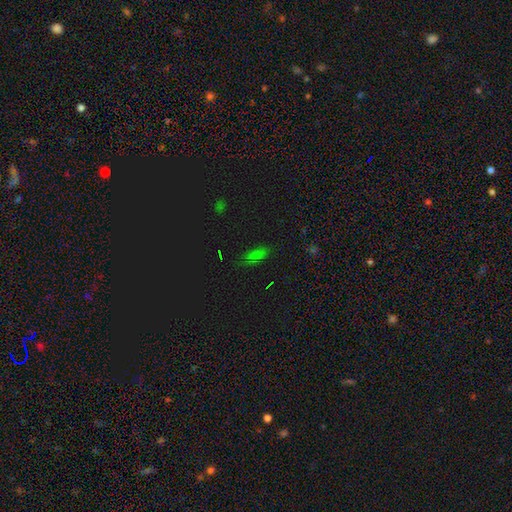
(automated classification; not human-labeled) Smooth or featured? smooth (59%)
How rounded? in between (78%)
Merging? none (75%)